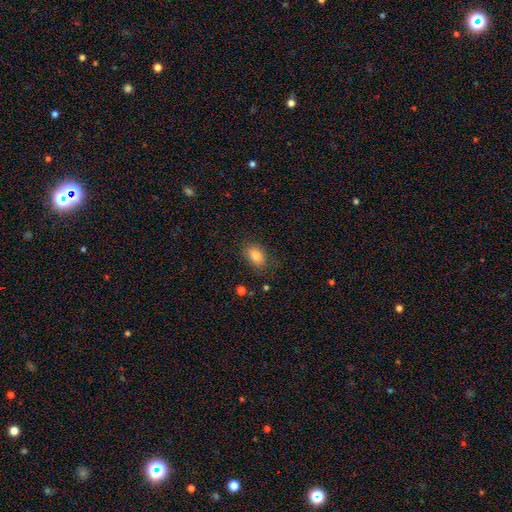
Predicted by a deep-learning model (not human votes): smooth-or-featured: smooth: 82% | star or artifact: 9% | featured or disk: 9%
  how-rounded: in between: 85% | round: 13% | cigar-shaped: 2%
  merging: none: 78% | minor disturbance: 16% | major disturbance: 5% | merger: 2%